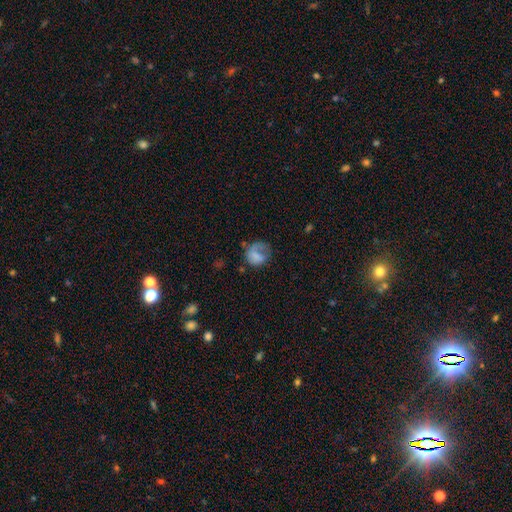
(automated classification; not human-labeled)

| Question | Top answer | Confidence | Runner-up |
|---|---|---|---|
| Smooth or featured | smooth | 63% | featured or disk (28%) |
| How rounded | round | 63% | in between (36%) |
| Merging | none | 37% | major disturbance (36%) |